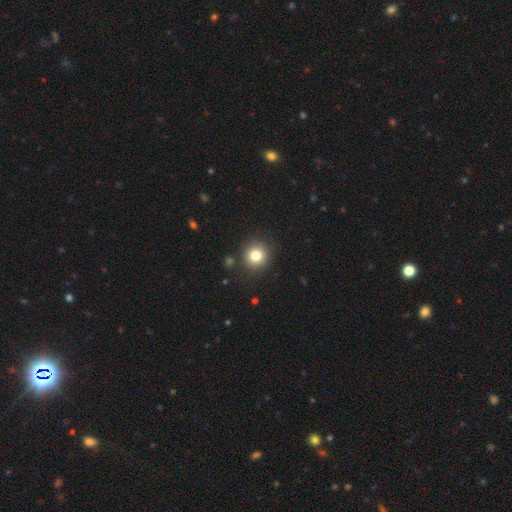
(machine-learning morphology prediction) Smooth or featured? Predicted: smooth (p=0.82). How rounded? Predicted: round (p=0.90). Merging? Predicted: none (p=0.86).